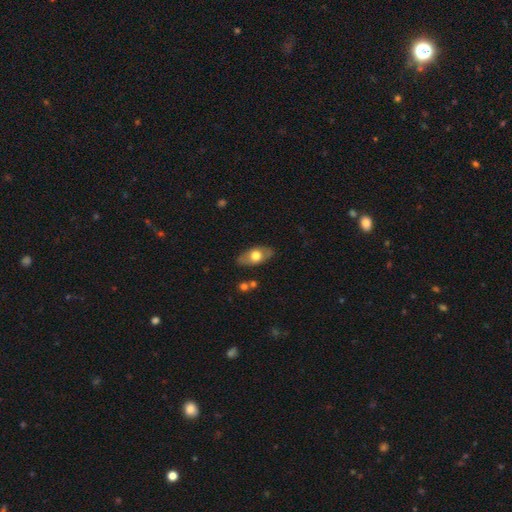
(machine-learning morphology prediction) The model was most divided on "smooth or featured": smooth: 57%, featured or disk: 37%, star or artifact: 6%. More confident: how rounded — in between (87%); merging — none (82%).